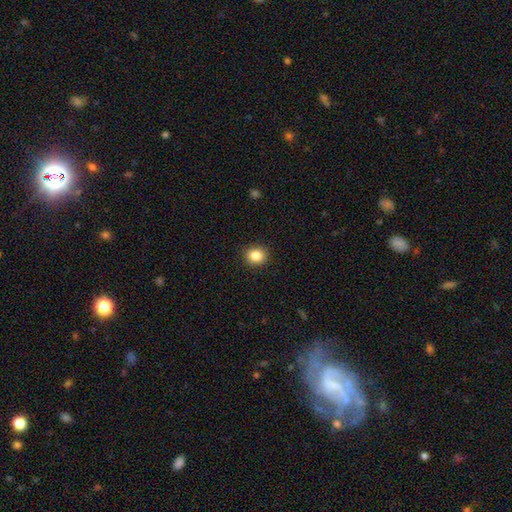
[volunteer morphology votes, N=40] Volunteers were most divided on "how rounded": round: 82%, in between: 18%, cigar-shaped: 0%. More confident: merging — none (100%); smooth or featured — smooth (85%).